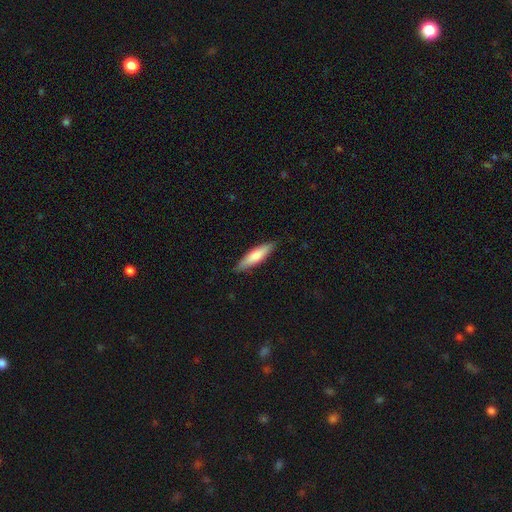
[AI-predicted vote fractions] smooth-or-featured: smooth: 74% | featured or disk: 21% | star or artifact: 5%
  how-rounded: cigar-shaped: 69% | in between: 30% | round: 1%
  merging: none: 86% | minor disturbance: 11% | major disturbance: 2% | merger: 1%